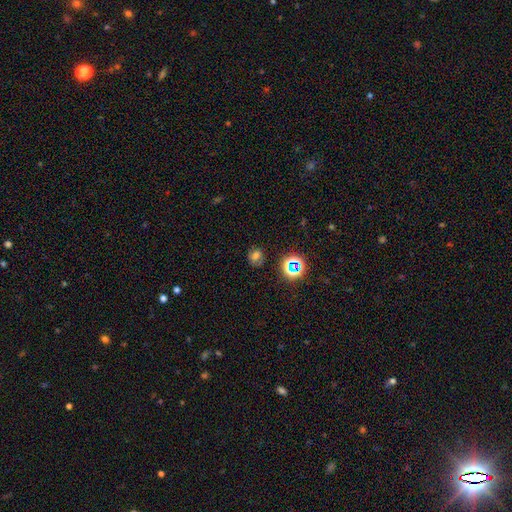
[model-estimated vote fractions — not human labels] smooth-or-featured: smooth: 58% | star or artifact: 28% | featured or disk: 14%
  how-rounded: round: 62% | in between: 37% | cigar-shaped: 1%
  merging: none: 77% | minor disturbance: 15% | major disturbance: 5% | merger: 2%